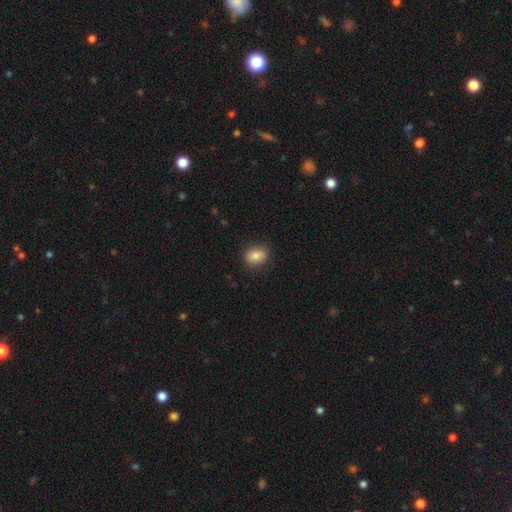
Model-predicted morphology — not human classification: A smooth galaxy with no disk features (84%) that is in between round and cigar-shaped (60%). Merging: none (87%).